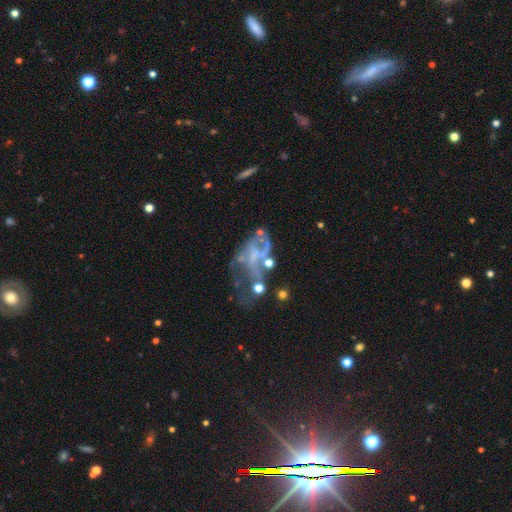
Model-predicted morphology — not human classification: A featured or disk galaxy (68%) with no bar (72%), no spiral arms (59%) and no central bulge (69%).

Vote fractions:
- Smooth or featured? featured or disk: 68% / smooth: 18% / star or artifact: 15%
- Edge-on disk? no: 97% / yes: 3%
- Bar? no: 72% / weak: 21% / strong: 7%
- Spiral arms? no: 59% / yes: 41%
- Bulge size? none: 69% / small: 18% / moderate: 10% / large: 2% / dominant: 1%
- Merging? major disturbance: 44% / none: 25% / minor disturbance: 17% / merger: 14%